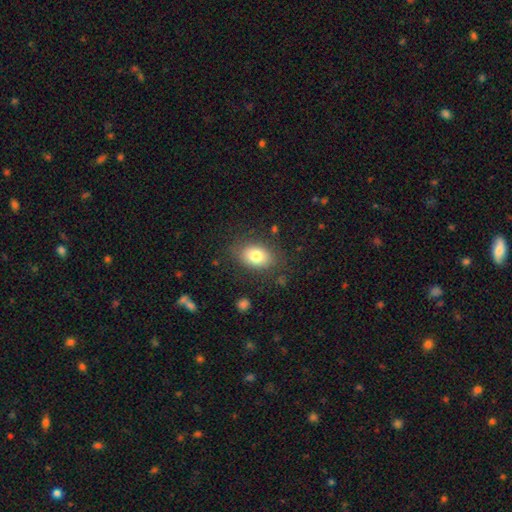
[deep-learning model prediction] A smooth galaxy with no disk features (80%) that is in between round and cigar-shaped (79%).

Vote fractions:
- Smooth or featured? smooth: 80% / featured or disk: 12% / star or artifact: 9%
- How rounded? in between: 79% / round: 20% / cigar-shaped: 1%
- Merging? none: 80% / minor disturbance: 13% / major disturbance: 5% / merger: 2%